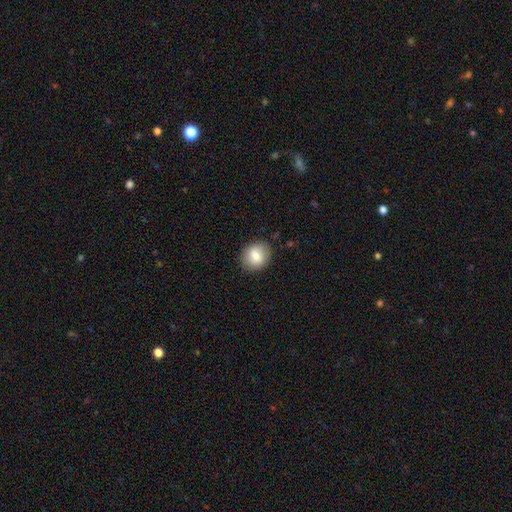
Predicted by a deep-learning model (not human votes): A smooth galaxy with no disk features (79%) that is round (68%).

Vote fractions:
- Smooth or featured? smooth: 79% / featured or disk: 14% / star or artifact: 8%
- How rounded? round: 68% / in between: 31% / cigar-shaped: 1%
- Merging? none: 84% / minor disturbance: 12% / major disturbance: 3% / merger: 1%